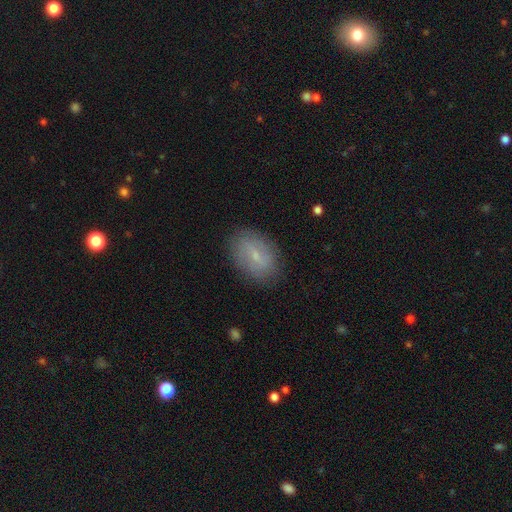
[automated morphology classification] type=smooth (57%); roundness=in between (82%); merging=none (83%).